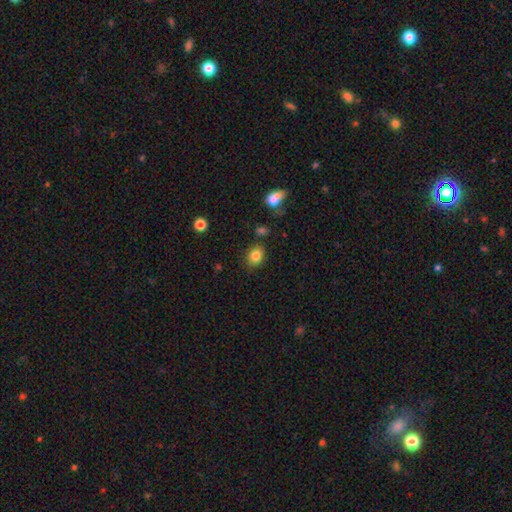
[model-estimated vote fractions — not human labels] Smooth or featured? Predicted: smooth (p=0.84). How rounded? Predicted: round (p=0.51). Merging? Predicted: none (p=0.81).